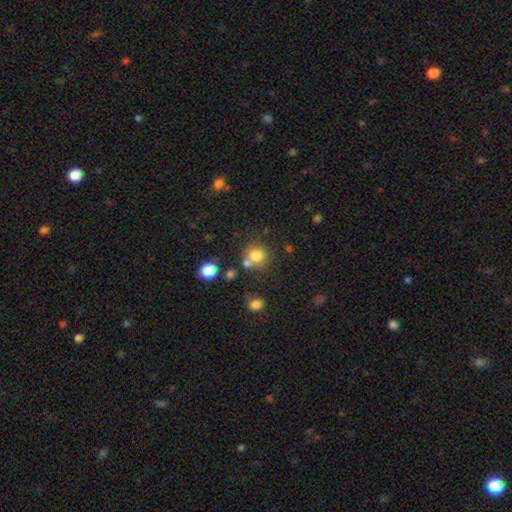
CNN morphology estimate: Smooth or featured? Predicted: smooth (p=0.78). How rounded? Predicted: round (p=0.87). Merging? Predicted: none (p=0.61).